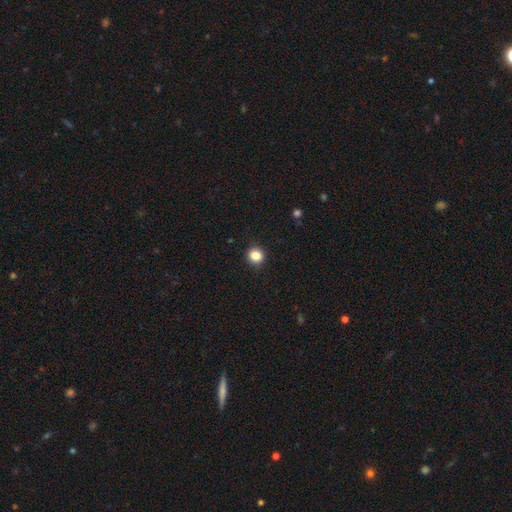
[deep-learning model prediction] Smooth or featured: smooth — 85% (star or artifact — 11%)
How rounded: round — 91% (in between — 8%)
Merging: none — 91% (minor disturbance — 6%)